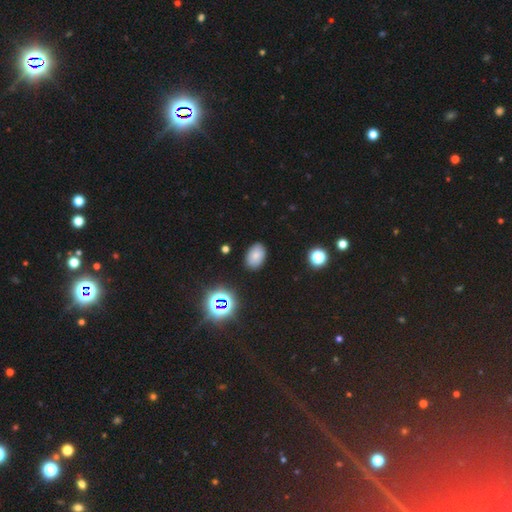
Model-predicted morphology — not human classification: smooth_or_featured: smooth (p=0.76) [alt: star or artifact p=0.16]
how_rounded: in between (p=0.85) [alt: round p=0.14]
merging: none (p=0.86) [alt: minor disturbance p=0.10]